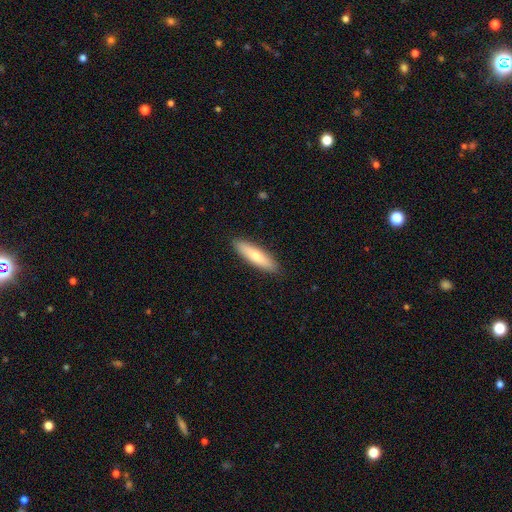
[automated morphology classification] Smooth or featured? smooth (71%)
How rounded? cigar-shaped (72%)
Merging? none (90%)